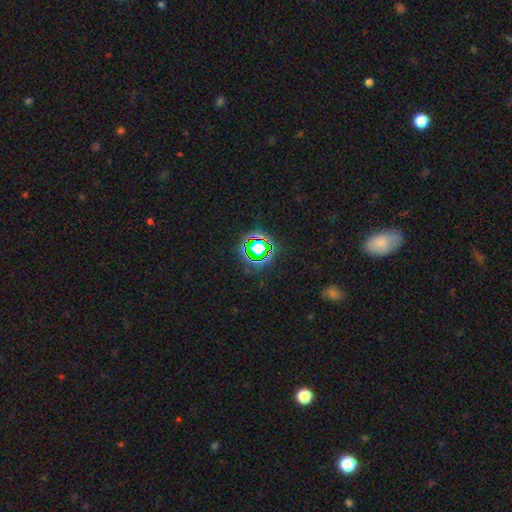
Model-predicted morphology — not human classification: Smooth or featured?
  - star or artifact: 75% *
  - smooth: 16%
  - featured or disk: 9%